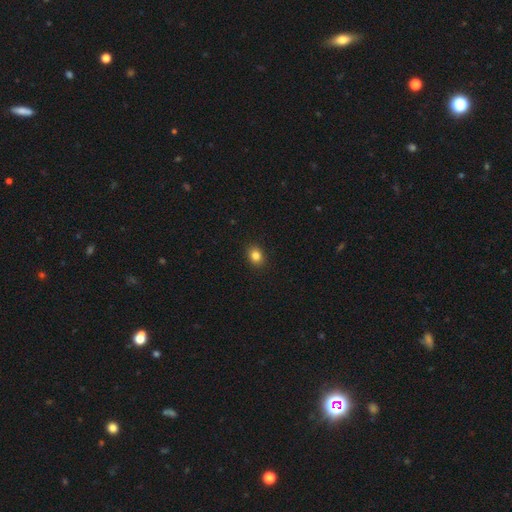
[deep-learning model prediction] Smooth or featured?
  - smooth: 84% *
  - star or artifact: 11%
  - featured or disk: 5%
How rounded?
  - round: 54% *
  - in between: 45%
  - cigar-shaped: 1%
Merging?
  - none: 91% *
  - minor disturbance: 7%
  - major disturbance: 2%
  - merger: 1%